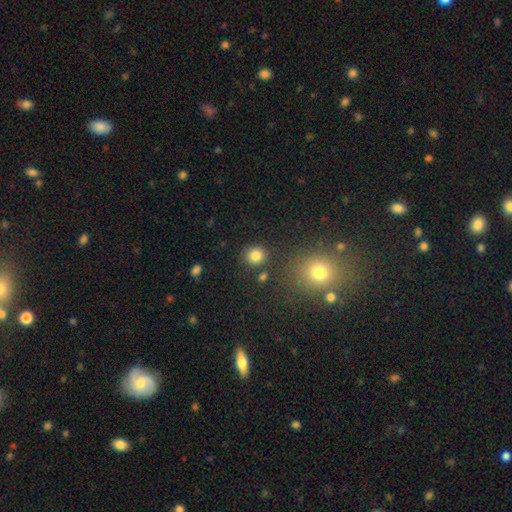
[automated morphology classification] smooth 83%, star or artifact 12%, featured or disk 5%. Down the decision tree: how rounded — round (86%); merging — none (83%).